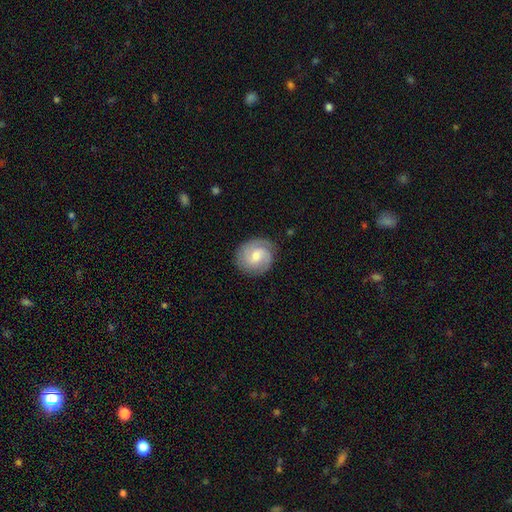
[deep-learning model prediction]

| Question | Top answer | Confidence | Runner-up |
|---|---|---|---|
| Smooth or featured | featured or disk | 70% | smooth (24%) |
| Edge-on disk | no | 98% | yes (2%) |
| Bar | weak | 48% | no (44%) |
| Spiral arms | yes | 94% | no (6%) |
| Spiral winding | tight | 54% | medium (36%) |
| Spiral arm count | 2 | 56% | can't tell (16%) |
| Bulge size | moderate | 54% | small (39%) |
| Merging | none | 80% | minor disturbance (14%) |